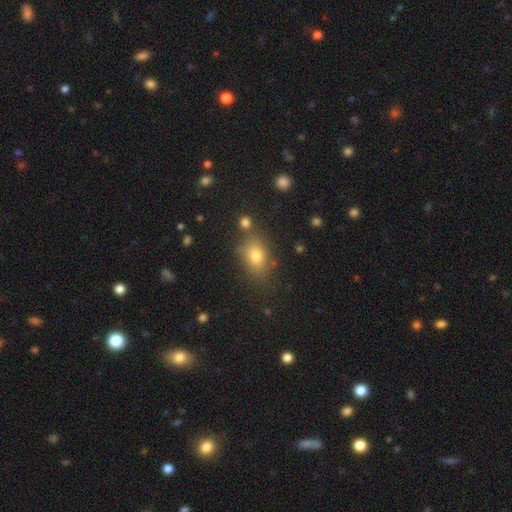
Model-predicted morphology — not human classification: smooth_or_featured: smooth (p=0.75) [alt: star or artifact p=0.13]
how_rounded: in between (p=0.75) [alt: round p=0.23]
merging: none (p=0.73) [alt: minor disturbance p=0.15]